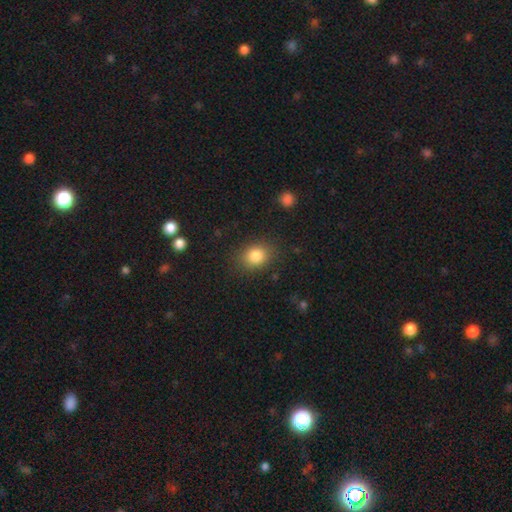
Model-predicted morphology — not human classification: type=smooth (84%); roundness=in between (51%); merging=none (83%).